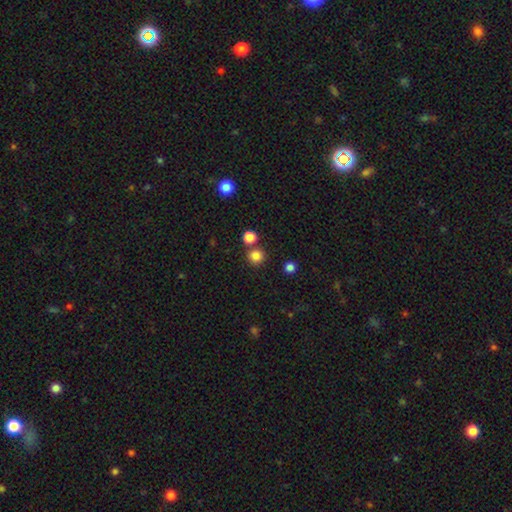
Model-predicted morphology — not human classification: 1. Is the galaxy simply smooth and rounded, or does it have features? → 82% smooth, 14% star or artifact, 4% featured or disk.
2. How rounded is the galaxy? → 93% round, 6% in between, 1% cigar-shaped.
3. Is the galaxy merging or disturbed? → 77% none, 15% merger, 6% minor disturbance, 2% major disturbance.